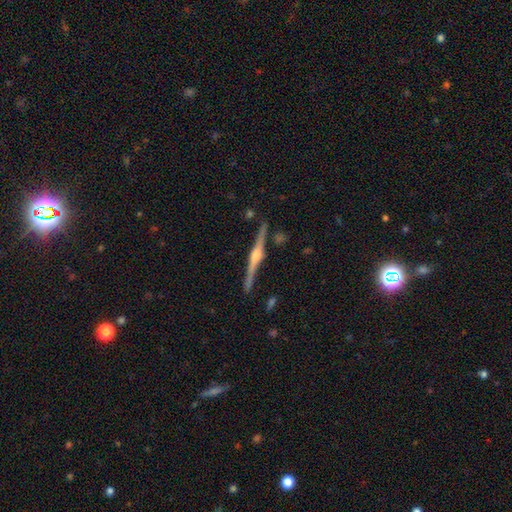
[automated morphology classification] Overall: featured or disk (88%). Edge-on disk: yes (99%). Edge-on bulge: rounded (89%). Merging: none (89%).